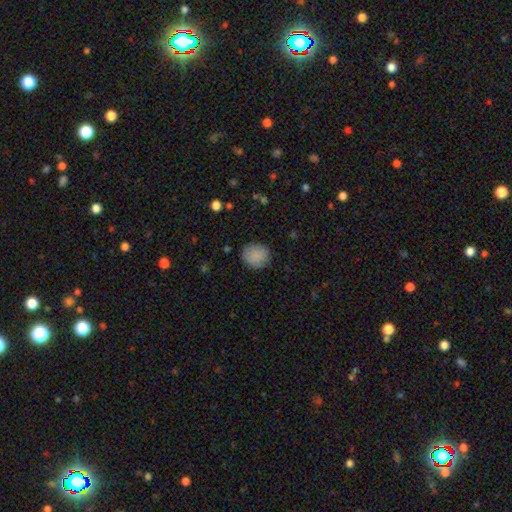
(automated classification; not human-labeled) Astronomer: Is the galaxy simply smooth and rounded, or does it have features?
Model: smooth — 88%.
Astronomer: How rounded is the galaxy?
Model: round — 86%.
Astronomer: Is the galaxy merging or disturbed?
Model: none — 86%.